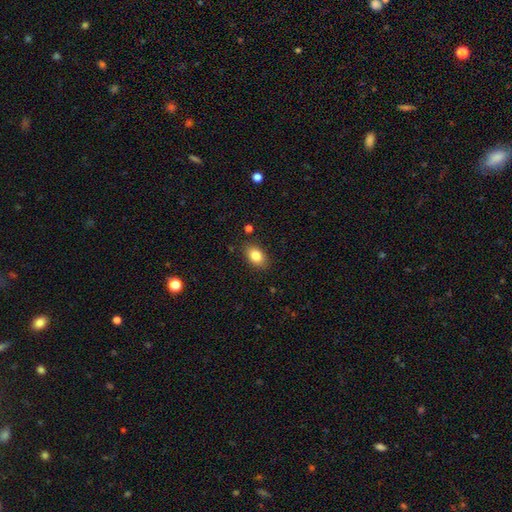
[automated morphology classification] smooth 83%, star or artifact 8%, featured or disk 8%. Down the decision tree: how rounded — in between (84%); merging — none (85%).